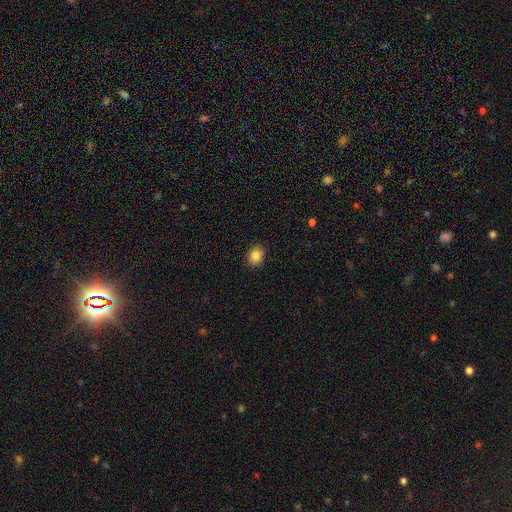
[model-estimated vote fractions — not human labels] smooth 83%, star or artifact 10%, featured or disk 6%. Down the decision tree: how rounded — round (65%); merging — none (90%).